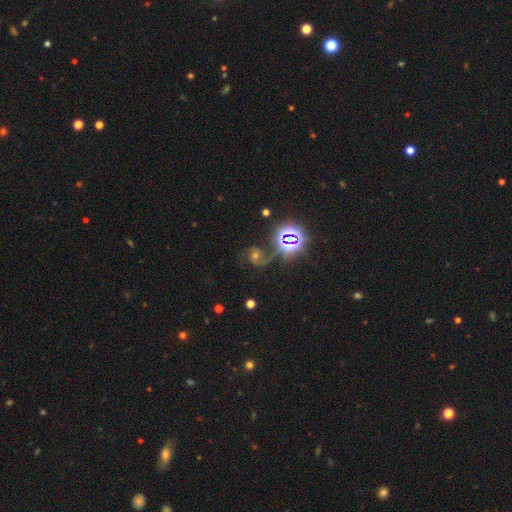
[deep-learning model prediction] The model was most divided on "bulge size": moderate: 53%, small: 32%, large: 9%, none: 5%, dominant: 3%. More confident: edge-on disk — no (97%); spiral arms — yes (95%); spiral arm count — 2 (80%); merging — none (64%); smooth or featured — featured or disk (59%); bar — no (56%); spiral winding — medium (52%).